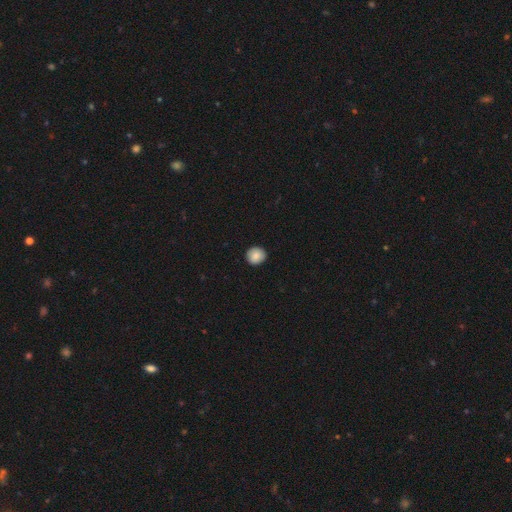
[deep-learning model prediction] smooth 87%, star or artifact 8%, featured or disk 5%. Down the decision tree: how rounded — round (90%); merging — none (90%).